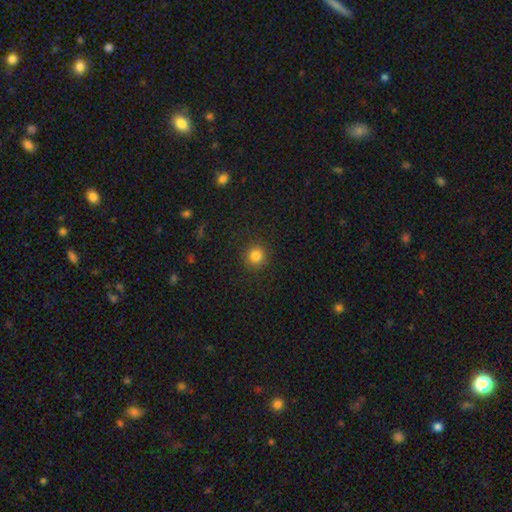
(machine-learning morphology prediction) Smooth or featured?
  - smooth: 83% *
  - star or artifact: 12%
  - featured or disk: 5%
How rounded?
  - round: 92% *
  - in between: 7%
  - cigar-shaped: 1%
Merging?
  - none: 90% *
  - minor disturbance: 7%
  - major disturbance: 3%
  - merger: 1%